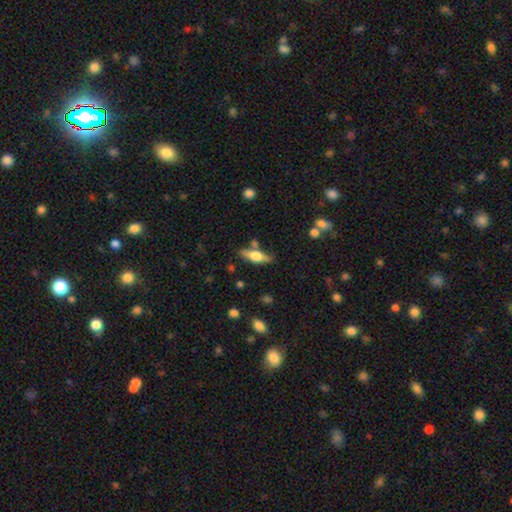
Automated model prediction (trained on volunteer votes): Smooth or featured?
  - featured or disk: 48% *
  - smooth: 45%
  - star or artifact: 7%
Merging?
  - none: 73% *
  - minor disturbance: 14%
  - merger: 8%
  - major disturbance: 4%